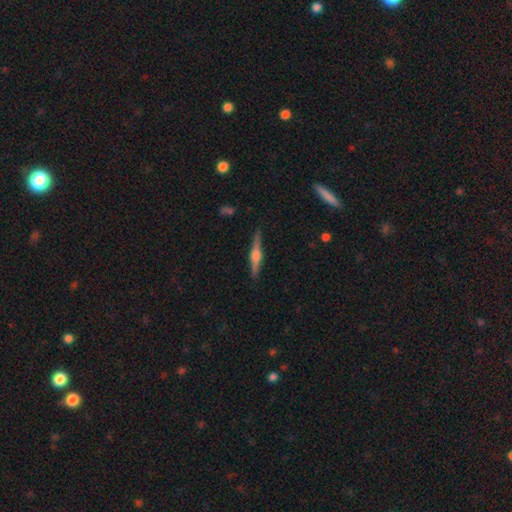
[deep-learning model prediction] The model was most divided on "smooth or featured": featured or disk: 78%, smooth: 17%, star or artifact: 6%. More confident: edge-on disk — yes (98%); merging — none (89%); edge-on bulge — rounded (87%).